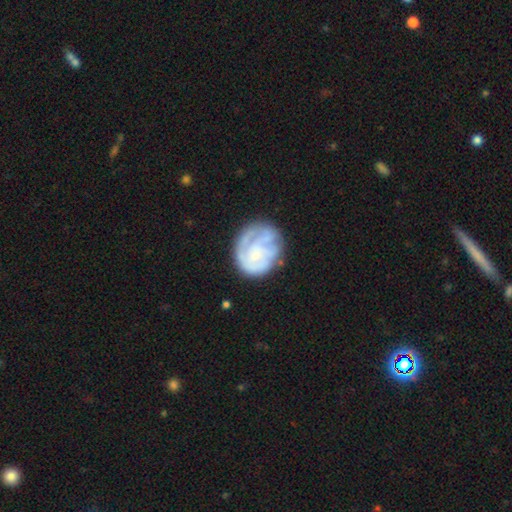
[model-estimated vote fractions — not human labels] featured or disk 64%, smooth 29%, star or artifact 7%. Down the decision tree: edge-on disk — no (98%); bar — no (80%); spiral arms — yes (72%); bulge size — small (52%); merging — none (61%).